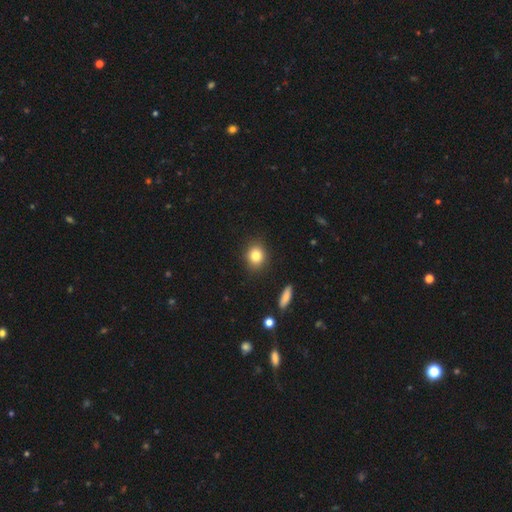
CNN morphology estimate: This is clearly a smooth galaxy (83%). How rounded: likely round (67%). Merging: clearly none (88%).